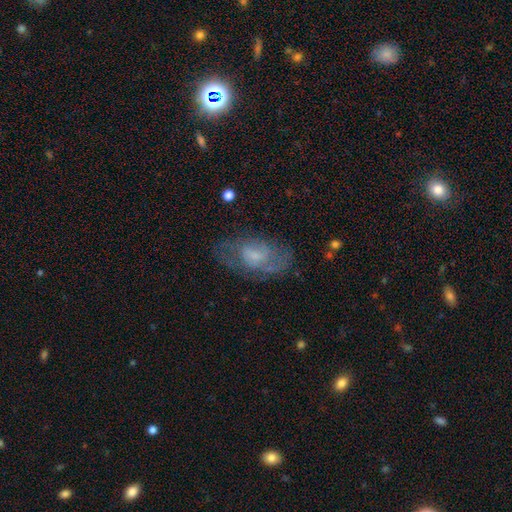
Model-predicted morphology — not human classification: smooth-or-featured: featured or disk: 58% | smooth: 33% | star or artifact: 9%
  disk-edge-on: no: 94% | yes: 6%
    bar: no: 57% | weak: 38% | strong: 5%
    has-spiral-arms: yes: 72% | no: 28%
    bulge-size: small: 48% | moderate: 30% | none: 17% | large: 4% | dominant: 1%
  merging: none: 63% | minor disturbance: 22% | major disturbance: 14% | merger: 2%